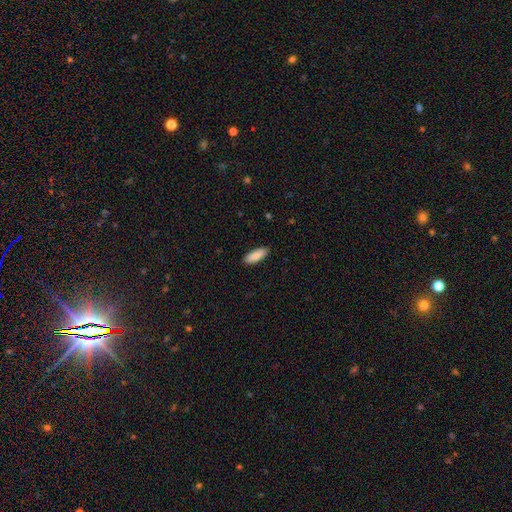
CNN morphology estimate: Q: Smooth or featured?
A: smooth (90%); runner-up: star or artifact (5%)
Q: How rounded?
A: in between (68%); runner-up: cigar-shaped (31%)
Q: Merging?
A: none (89%); runner-up: minor disturbance (8%)